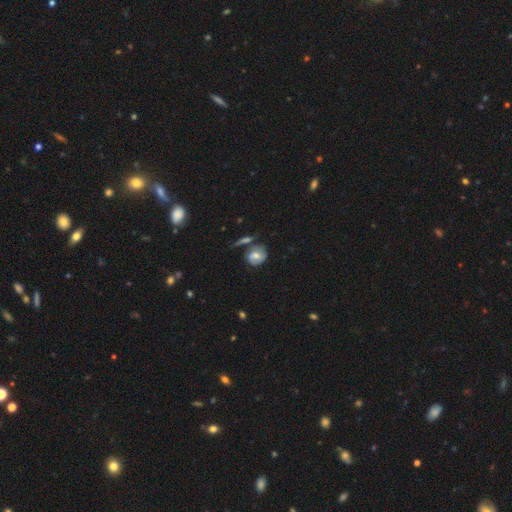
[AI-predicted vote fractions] smooth_or_featured: featured or disk (p=0.48) [alt: smooth p=0.44]
merging: none (p=0.54) [alt: minor disturbance p=0.20]